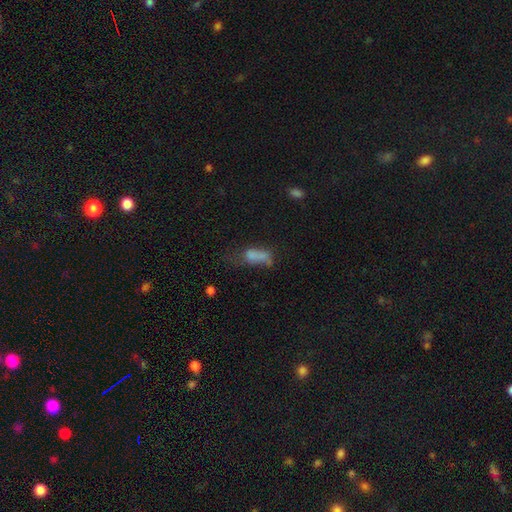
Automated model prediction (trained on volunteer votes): smooth-or-featured: smooth: 65% | featured or disk: 20% | star or artifact: 14%
  how-rounded: in between: 77% | cigar-shaped: 18% | round: 5%
  merging: major disturbance: 36% | none: 23% | minor disturbance: 22% | merger: 19%